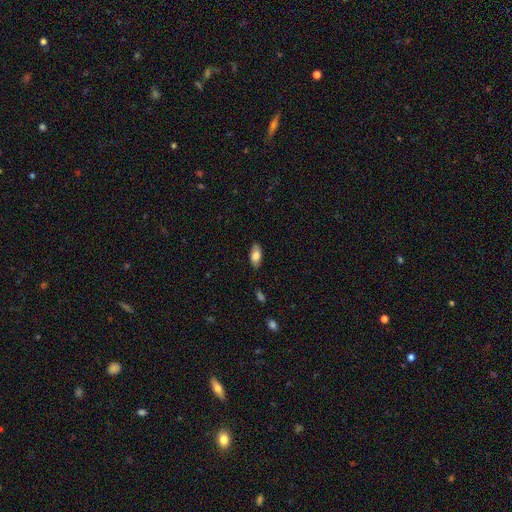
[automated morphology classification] The model was most divided on "smooth or featured": smooth: 80%, featured or disk: 14%, star or artifact: 7%. More confident: how rounded — in between (89%); merging — none (84%).